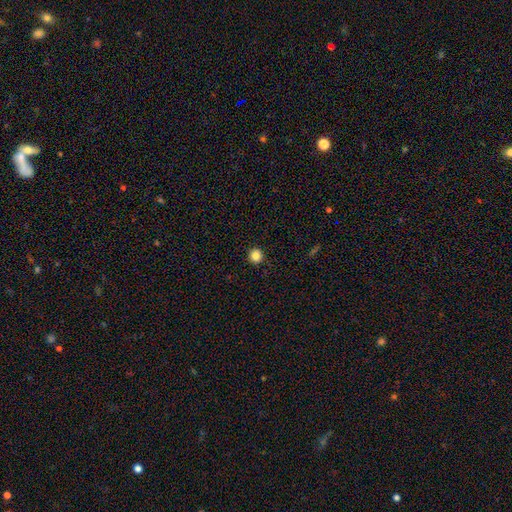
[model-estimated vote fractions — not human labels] The model was most divided on "smooth or featured": smooth: 84%, star or artifact: 12%, featured or disk: 4%. More confident: how rounded — round (95%); merging — none (93%).